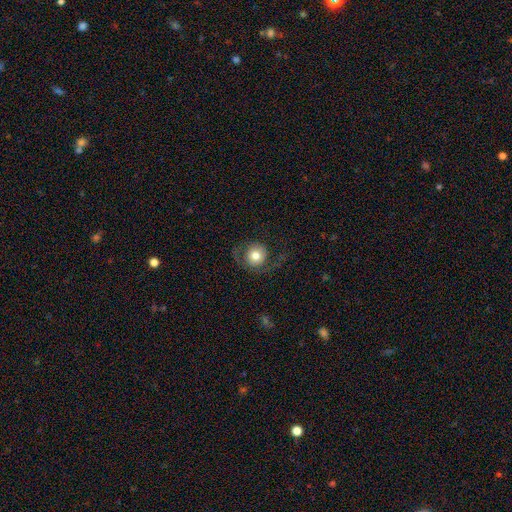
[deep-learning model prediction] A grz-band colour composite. It shows a smooth galaxy with no disk features (59%) that is round (90%). Merging: none (61%).